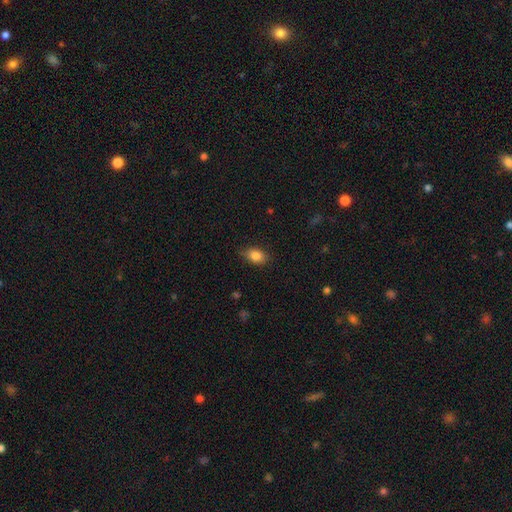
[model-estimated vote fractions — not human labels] A smooth galaxy with no disk features (84%) that is in between round and cigar-shaped (80%). Merging: none (80%).